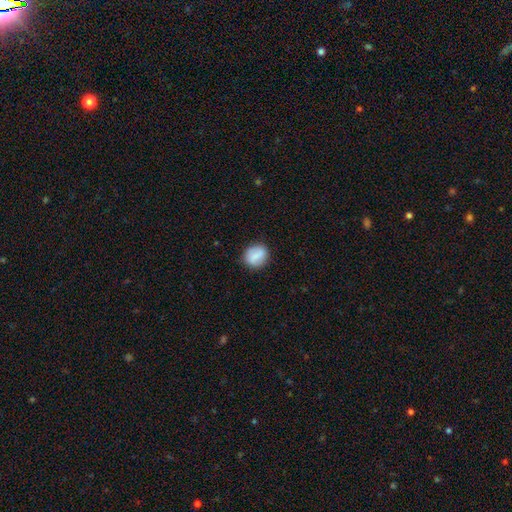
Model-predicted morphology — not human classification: Smooth or featured? Predicted: smooth (p=0.79). How rounded? Predicted: round (p=0.60). Merging? Predicted: none (p=0.85).